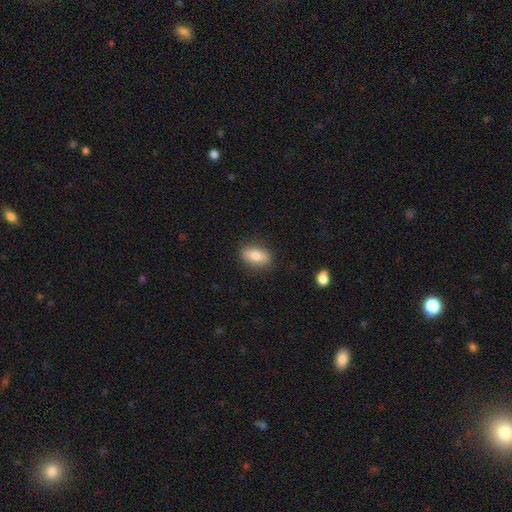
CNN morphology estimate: Q: Smooth or featured?
A: smooth (74%); runner-up: featured or disk (19%)
Q: How rounded?
A: in between (81%); runner-up: round (10%)
Q: Merging?
A: none (84%); runner-up: minor disturbance (12%)